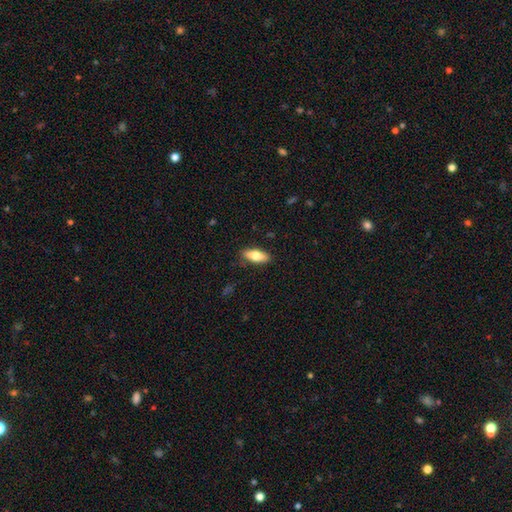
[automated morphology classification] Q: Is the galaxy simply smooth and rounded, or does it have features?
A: smooth — 71%.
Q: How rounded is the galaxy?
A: in between — 72%.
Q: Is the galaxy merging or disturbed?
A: none — 86%.